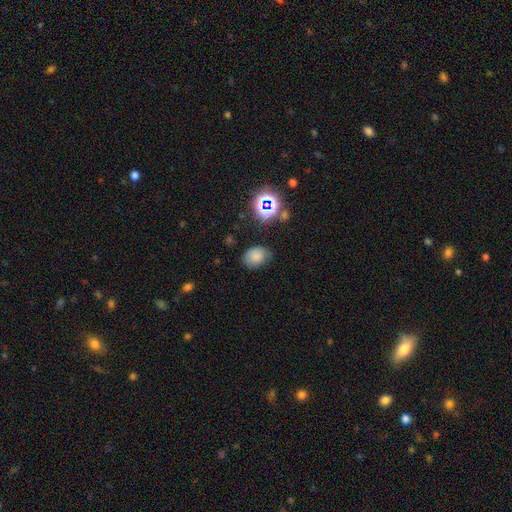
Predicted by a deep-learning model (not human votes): smooth 75%, star or artifact 16%, featured or disk 9%. Down the decision tree: how rounded — in between (65%); merging — none (70%).